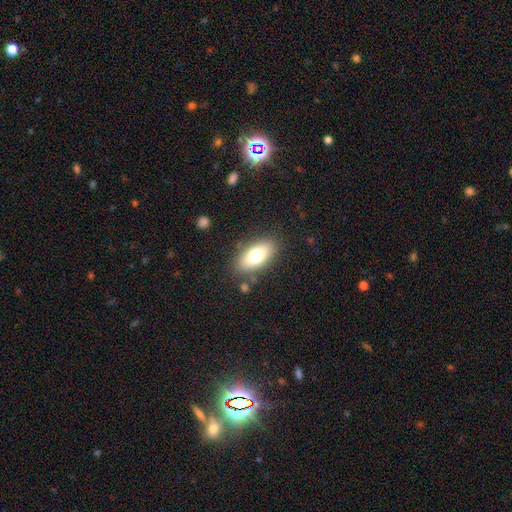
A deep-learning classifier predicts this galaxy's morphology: Smooth or featured: smooth — 73% (featured or disk — 19%)
How rounded: in between — 87% (cigar-shaped — 9%)
Merging: none — 83% (minor disturbance — 11%)